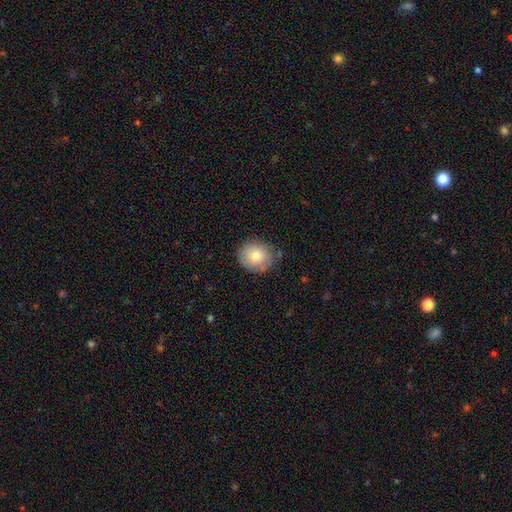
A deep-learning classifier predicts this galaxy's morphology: smooth-or-featured: smooth: 81% | featured or disk: 11% | star or artifact: 8%
  how-rounded: round: 69% | in between: 30% | cigar-shaped: 1%
  merging: none: 77% | minor disturbance: 18% | major disturbance: 4% | merger: 2%